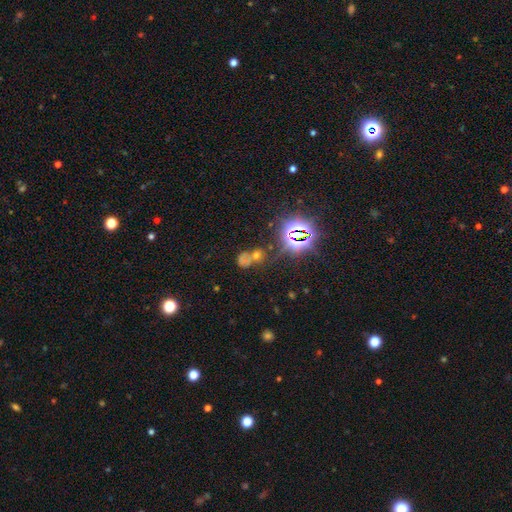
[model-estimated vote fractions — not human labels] This is possibly a star or artifact rather than a galaxy (50%).